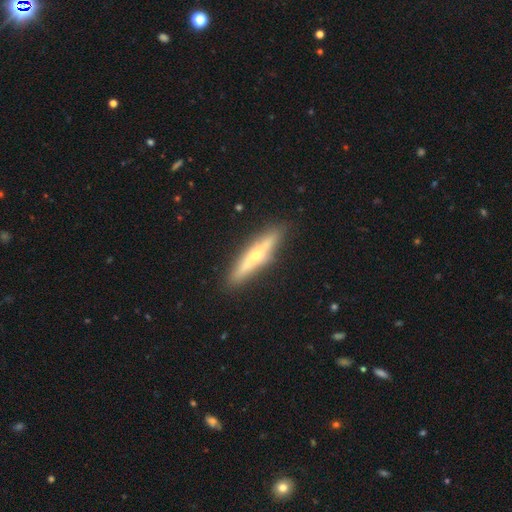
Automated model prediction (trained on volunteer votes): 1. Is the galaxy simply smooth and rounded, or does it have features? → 69% featured or disk, 26% smooth, 6% star or artifact.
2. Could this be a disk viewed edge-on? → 94% yes, 6% no.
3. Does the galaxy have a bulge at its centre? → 88% rounded, 9% none, 3% boxy.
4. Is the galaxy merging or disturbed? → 89% none, 8% minor disturbance, 2% major disturbance, 1% merger.